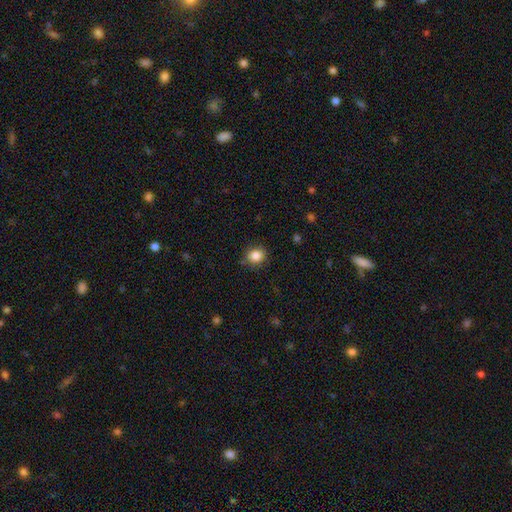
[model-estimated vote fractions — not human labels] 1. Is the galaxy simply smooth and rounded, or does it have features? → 86% smooth, 10% star or artifact, 5% featured or disk.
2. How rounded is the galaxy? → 75% round, 24% in between, 1% cigar-shaped.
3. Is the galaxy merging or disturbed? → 85% none, 11% minor disturbance, 3% major disturbance, 2% merger.